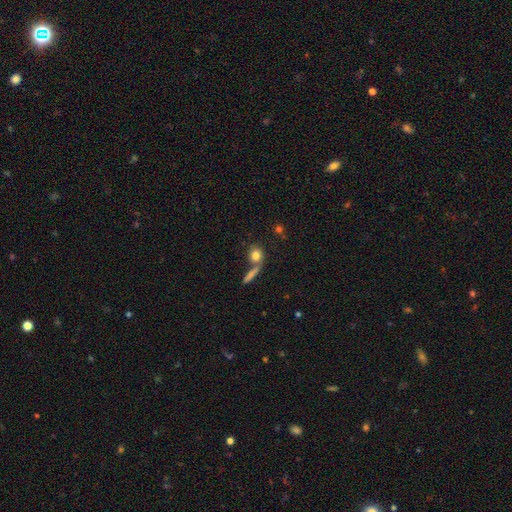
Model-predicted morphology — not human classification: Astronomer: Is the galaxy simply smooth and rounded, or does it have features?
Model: smooth — 80%.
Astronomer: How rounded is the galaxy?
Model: round — 68%.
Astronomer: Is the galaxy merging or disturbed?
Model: none — 59%.